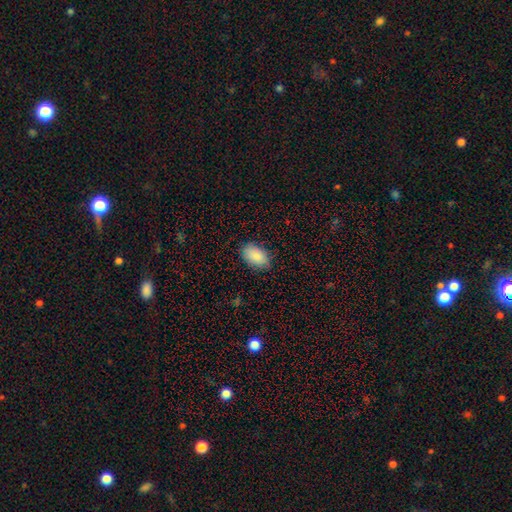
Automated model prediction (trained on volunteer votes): Morphology: type=smooth (88%); roundness=in between (92%); merging=none (83%).